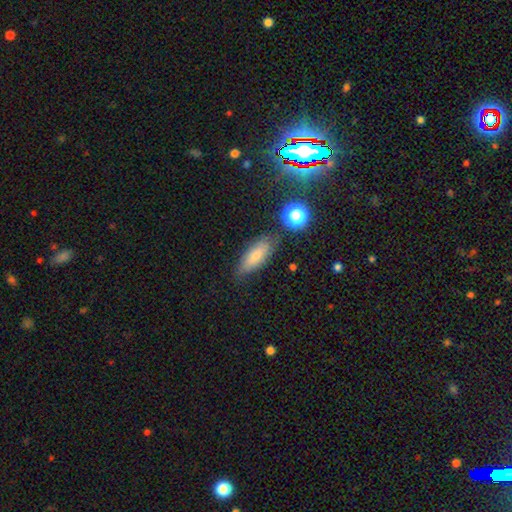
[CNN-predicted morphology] Smooth or featured? Predicted: smooth (p=0.75). How rounded? Predicted: in between (p=0.66). Merging? Predicted: none (p=0.73).